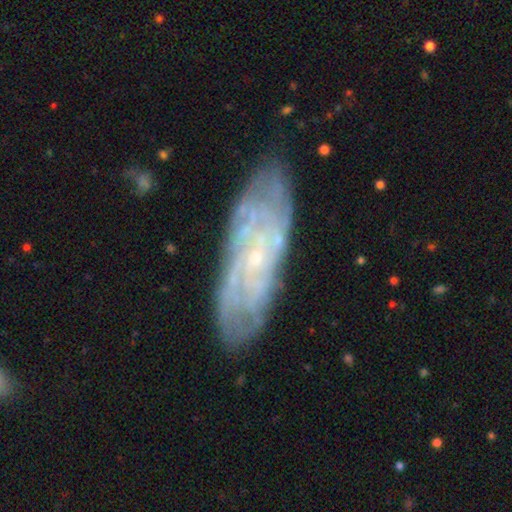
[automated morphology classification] Q: Smooth or featured?
A: featured or disk (80%); runner-up: smooth (14%)
Q: Edge-on disk?
A: no (85%); runner-up: yes (15%)
Q: Bar?
A: no (72%); runner-up: weak (22%)
Q: Spiral arms?
A: yes (89%); runner-up: no (11%)
Q: Spiral winding?
A: tight (72%); runner-up: medium (22%)
Q: Spiral arm count?
A: can't tell (52%); runner-up: 4 (12%)
Q: Bulge size?
A: small (85%); runner-up: moderate (10%)
Q: Merging?
A: none (81%); runner-up: minor disturbance (14%)